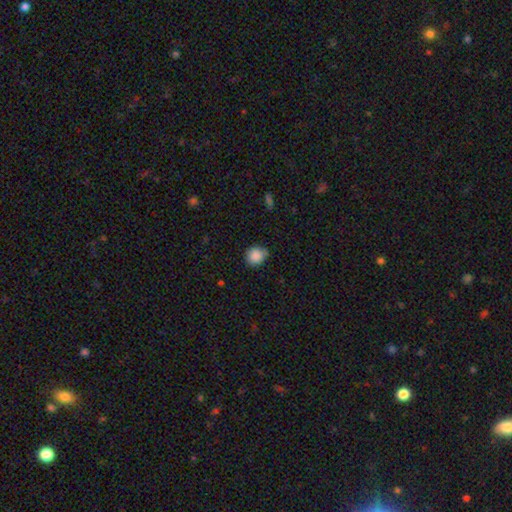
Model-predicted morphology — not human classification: A smooth galaxy with no disk features (88%) that is round (86%).

Vote fractions:
- Smooth or featured? smooth: 88% / star or artifact: 9% / featured or disk: 3%
- How rounded? round: 86% / in between: 13% / cigar-shaped: 1%
- Merging? none: 77% / minor disturbance: 19% / major disturbance: 3% / merger: 2%